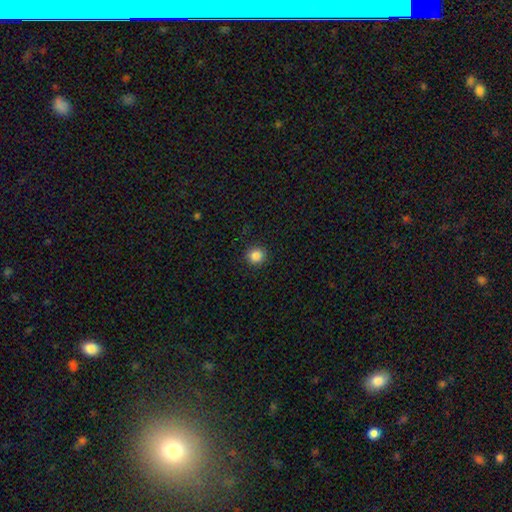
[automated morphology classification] smooth 86%, star or artifact 10%, featured or disk 3%. Down the decision tree: how rounded — round (91%); merging — none (91%).